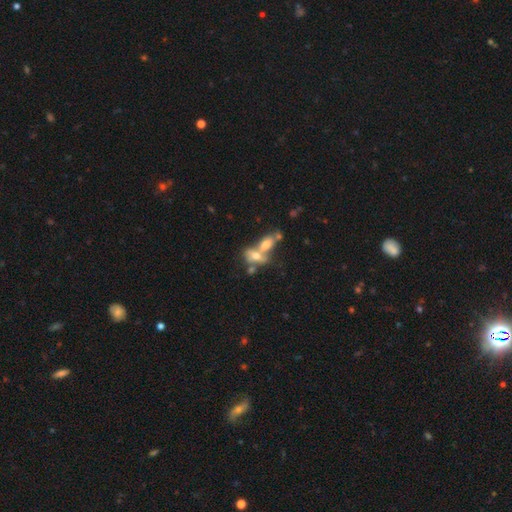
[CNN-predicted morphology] Overall: smooth (60%; featured or disk 29%). How rounded: in between (75%). Merging: merger (69%).